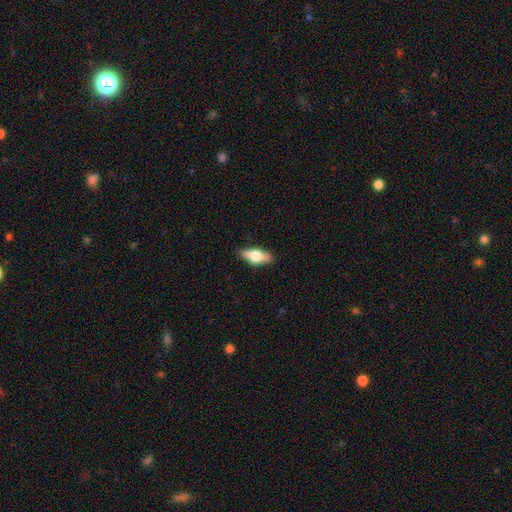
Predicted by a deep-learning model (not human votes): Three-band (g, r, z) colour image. It shows a smooth galaxy with no disk features (53%) that is in between round and cigar-shaped (73%). Merging: none (86%).